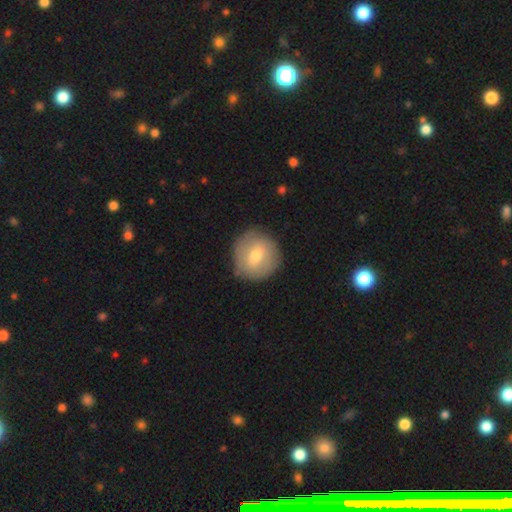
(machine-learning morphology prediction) smooth 63%, featured or disk 30%, star or artifact 7%. Down the decision tree: how rounded — round (92%); merging — none (86%).